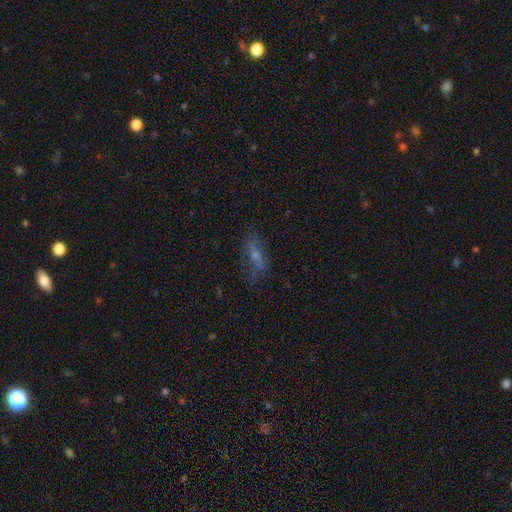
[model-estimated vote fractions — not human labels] Q: Smooth or featured?
A: smooth (48%); runner-up: featured or disk (38%)
Q: Merging?
A: none (67%); runner-up: minor disturbance (20%)